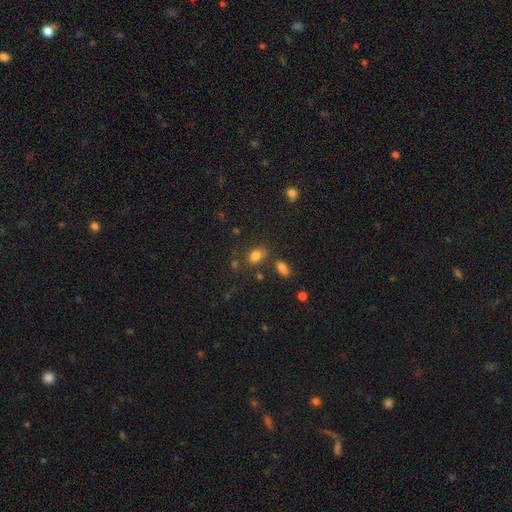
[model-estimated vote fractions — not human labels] smooth_or_featured: smooth (p=0.81) [alt: star or artifact p=0.12]
how_rounded: in between (p=0.77) [alt: round p=0.22]
merging: none (p=0.71) [alt: minor disturbance p=0.15]